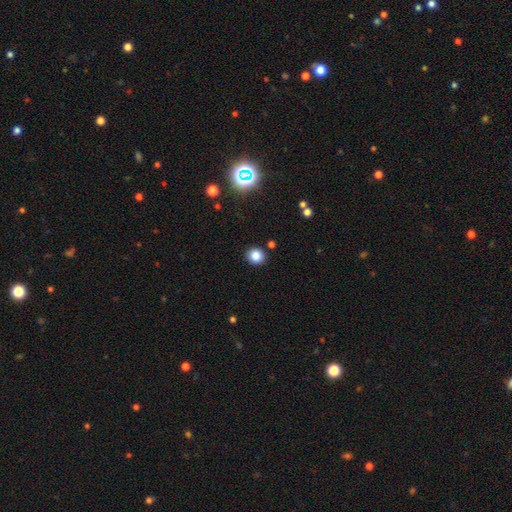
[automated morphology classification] This appears to be a smooth galaxy with no disk features (83%) that is round (87%). Merging: none (90%).